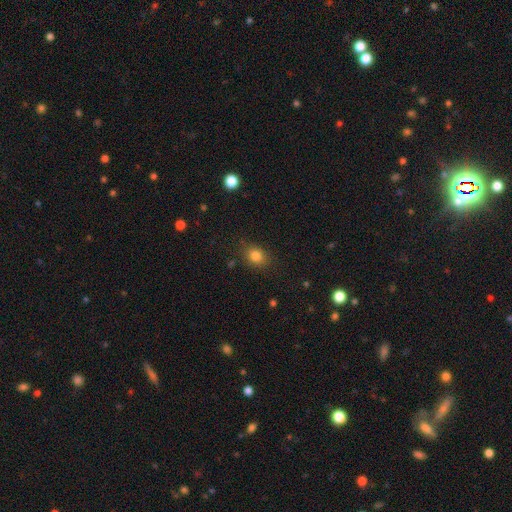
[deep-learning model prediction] This appears to be a smooth galaxy with no disk features (82%) that is in between round and cigar-shaped (51%). Merging: none (80%).